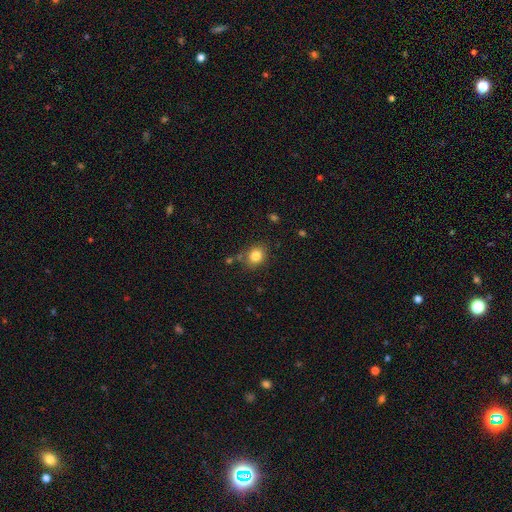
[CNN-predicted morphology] The model was most divided on "how rounded": round: 62%, in between: 37%, cigar-shaped: 1%. More confident: smooth or featured — smooth (82%); merging — none (76%).